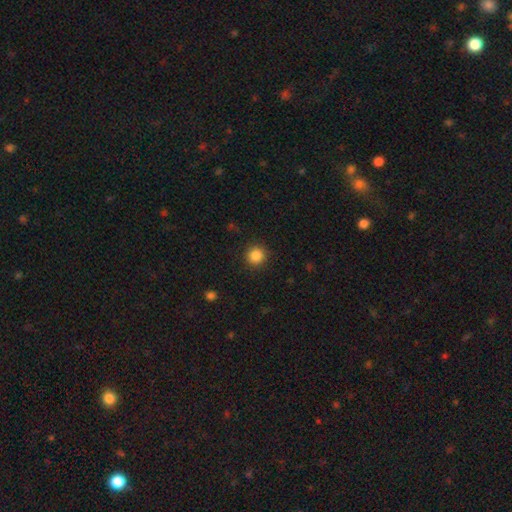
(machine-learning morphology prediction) smooth 86%, star or artifact 11%, featured or disk 4%. Down the decision tree: how rounded — round (94%); merging — none (91%).